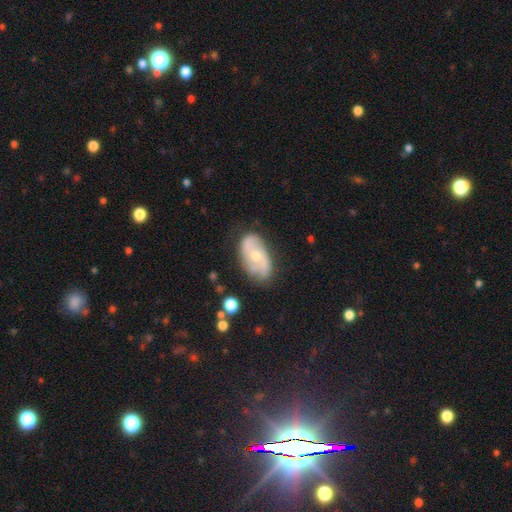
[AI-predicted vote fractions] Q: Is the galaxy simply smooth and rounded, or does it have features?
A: featured or disk — 66%.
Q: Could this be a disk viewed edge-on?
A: no — 93%.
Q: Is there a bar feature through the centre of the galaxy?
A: no — 69%.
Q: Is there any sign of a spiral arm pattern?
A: yes — 78%.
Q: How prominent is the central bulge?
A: moderate — 54%.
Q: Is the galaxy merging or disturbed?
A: none — 69%.